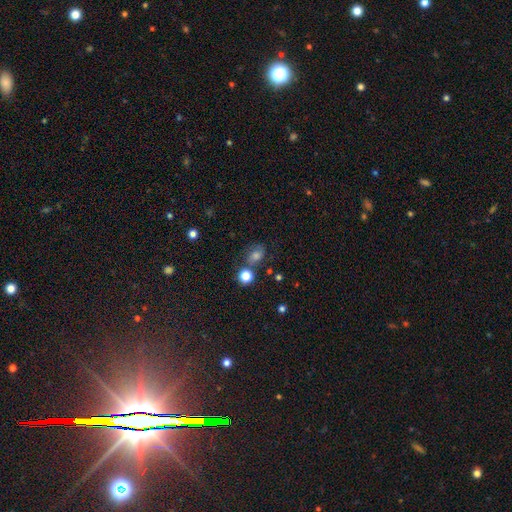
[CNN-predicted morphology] type=smooth (60%); roundness=in between (52%); merging=none (58%).